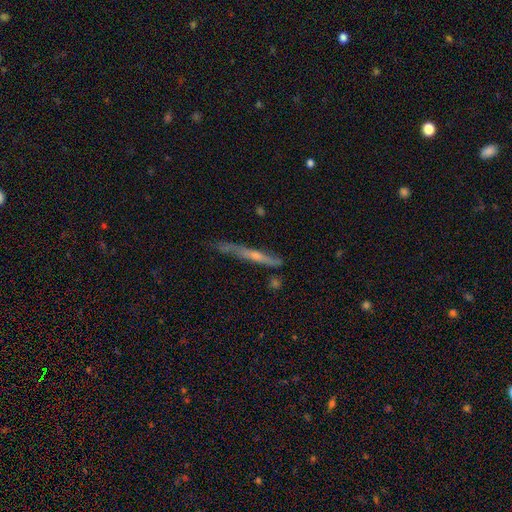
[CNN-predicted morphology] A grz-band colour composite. It shows a featured or disk galaxy (63%) viewed edge-on (90%) with a rounded central bulge (56%). Merging: none (63%).